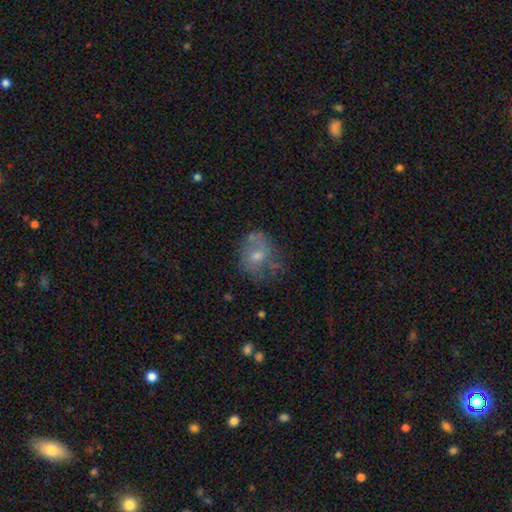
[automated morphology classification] This is possibly a smooth galaxy (45%). Merging: possibly none (51%).